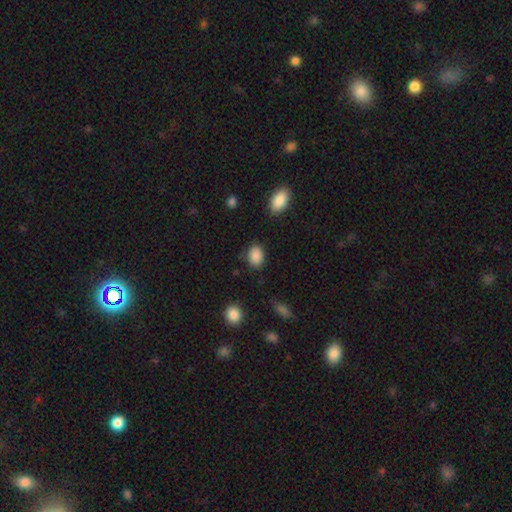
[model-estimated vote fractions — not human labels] Overall: smooth (89%). How rounded: in between (77%). Merging: none (81%).